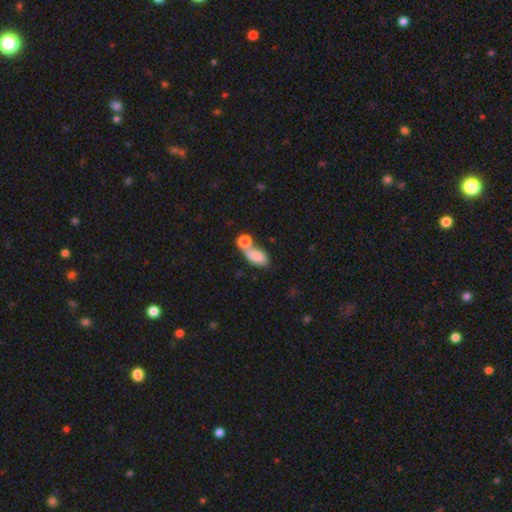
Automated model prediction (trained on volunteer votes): Smooth or featured? smooth (82%)
How rounded? in between (87%)
Merging? merger (51%)